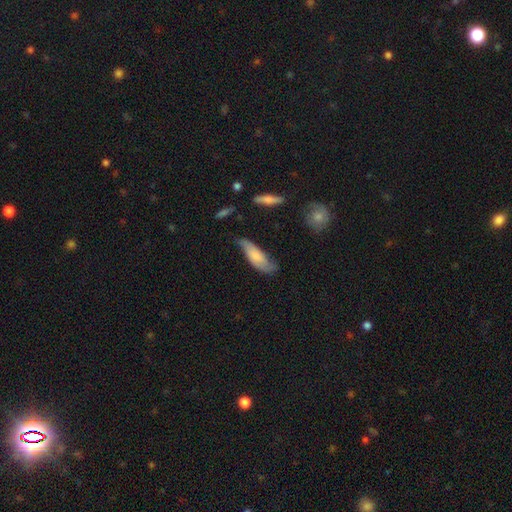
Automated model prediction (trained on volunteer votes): Q: Smooth or featured?
A: smooth (61%); runner-up: featured or disk (33%)
Q: How rounded?
A: in between (63%); runner-up: cigar-shaped (35%)
Q: Merging?
A: none (51%); runner-up: minor disturbance (36%)